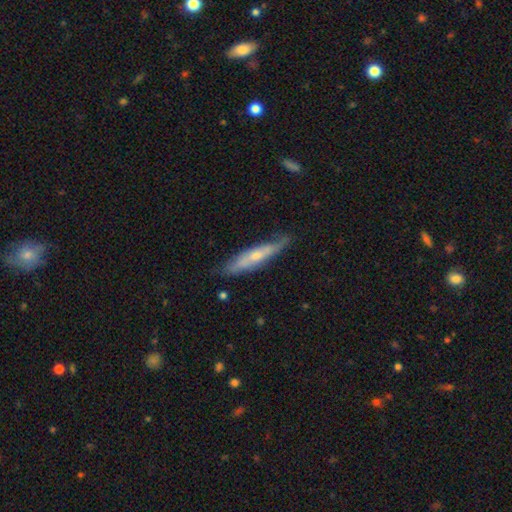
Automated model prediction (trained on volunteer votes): A featured or disk galaxy (53%) viewed edge-on (76%).

Vote fractions:
- Smooth or featured? featured or disk: 53% / smooth: 41% / star or artifact: 6%
- Edge-on disk? yes: 76% / no: 24%
- Merging? none: 70% / minor disturbance: 23% / major disturbance: 5% / merger: 2%